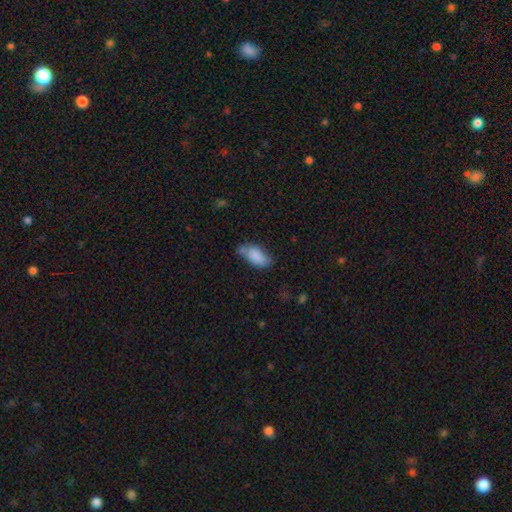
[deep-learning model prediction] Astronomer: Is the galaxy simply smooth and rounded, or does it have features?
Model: smooth — 82%.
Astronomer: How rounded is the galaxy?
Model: in between — 88%.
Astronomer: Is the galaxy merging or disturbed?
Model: none — 53% (runner-up: minor disturbance, 31%).